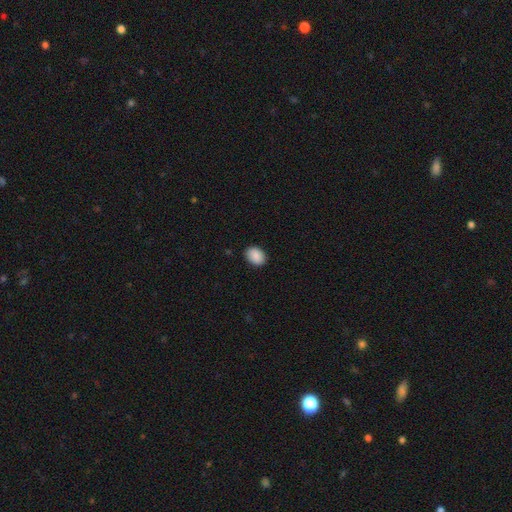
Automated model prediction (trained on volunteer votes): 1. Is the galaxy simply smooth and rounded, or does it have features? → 89% smooth, 7% star or artifact, 4% featured or disk.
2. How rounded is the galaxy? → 72% in between, 27% round, 1% cigar-shaped.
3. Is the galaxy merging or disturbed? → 87% none, 10% minor disturbance, 2% major disturbance, 1% merger.